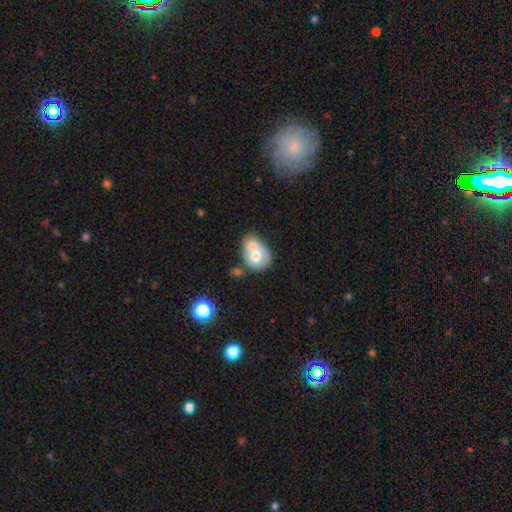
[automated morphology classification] smooth-or-featured: smooth: 60% | featured or disk: 32% | star or artifact: 7%
  how-rounded: round: 54% | in between: 45% | cigar-shaped: 1%
  merging: merger: 59% | none: 24% | minor disturbance: 11% | major disturbance: 6%